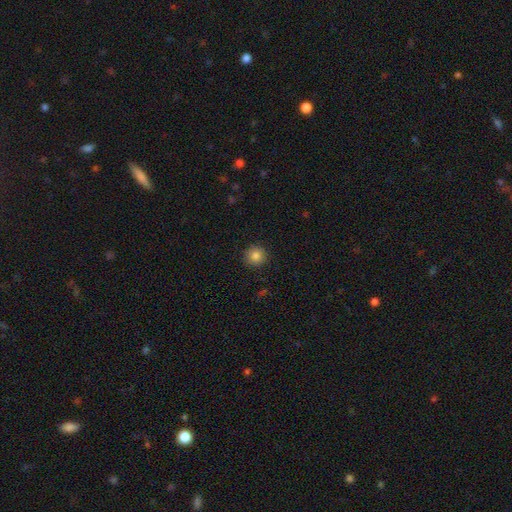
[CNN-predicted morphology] Q: Smooth or featured?
A: smooth (83%); runner-up: star or artifact (10%)
Q: How rounded?
A: round (94%); runner-up: in between (5%)
Q: Merging?
A: none (91%); runner-up: minor disturbance (6%)